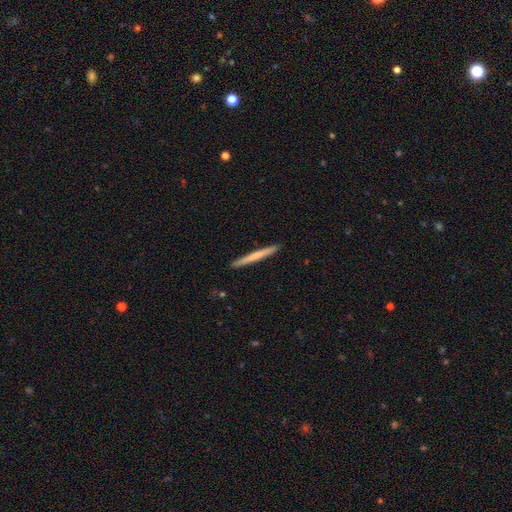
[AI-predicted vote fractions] smooth-or-featured: smooth: 59% | featured or disk: 35% | star or artifact: 5%
  how-rounded: cigar-shaped: 97% | in between: 2% | round: 1%
  merging: none: 93% | minor disturbance: 5% | major disturbance: 1% | merger: 1%